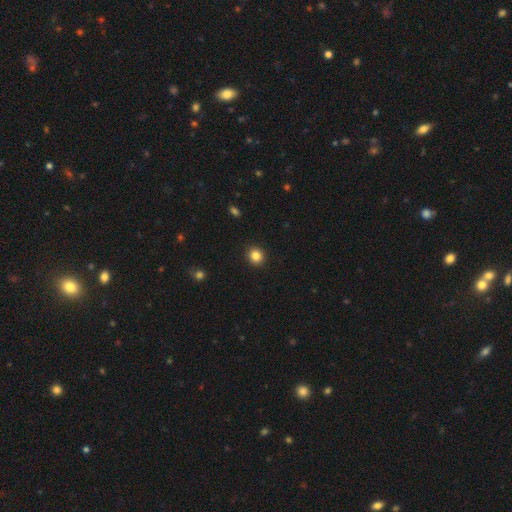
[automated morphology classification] This is clearly a smooth galaxy (85%). How rounded: clearly round (88%). Merging: clearly none (92%).